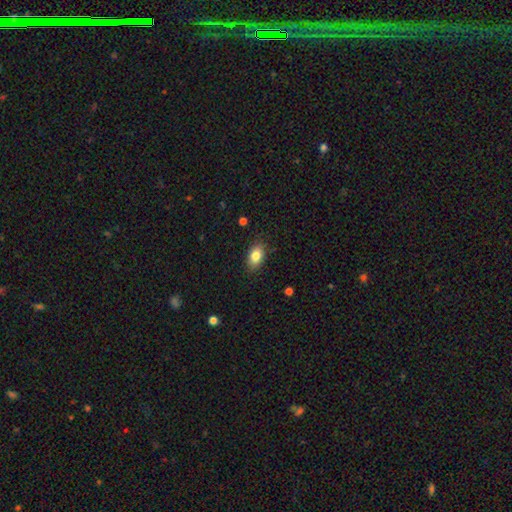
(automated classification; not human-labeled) A smooth galaxy with no disk features (83%) that is in between round and cigar-shaped (88%).

Vote fractions:
- Smooth or featured? smooth: 83% / featured or disk: 9% / star or artifact: 8%
- How rounded? in between: 88% / round: 10% / cigar-shaped: 2%
- Merging? none: 86% / minor disturbance: 11% / major disturbance: 2% / merger: 1%